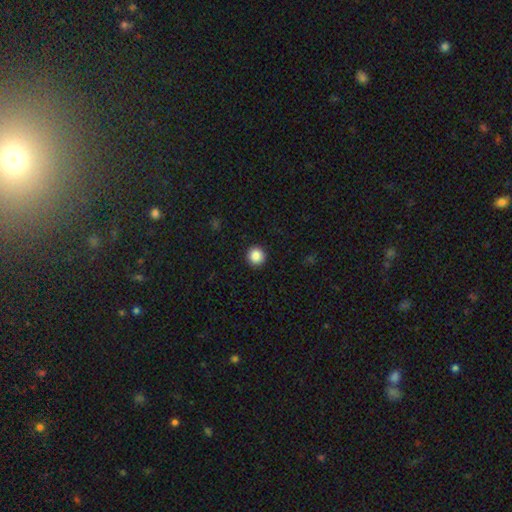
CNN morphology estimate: Smooth or featured: smooth — 86% (star or artifact — 9%)
How rounded: round — 95% (in between — 4%)
Merging: none — 93% (minor disturbance — 4%)